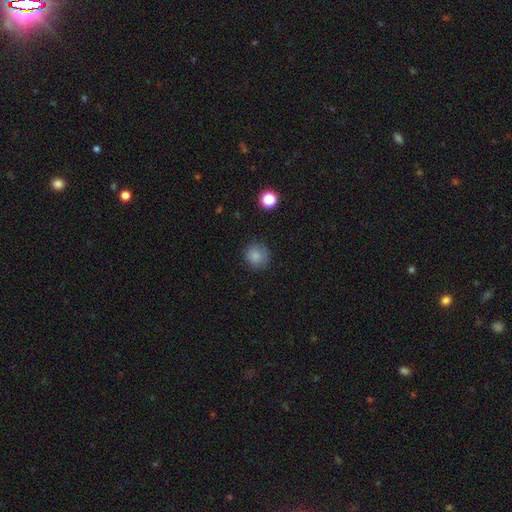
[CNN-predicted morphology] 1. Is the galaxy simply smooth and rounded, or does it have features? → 84% smooth, 10% star or artifact, 6% featured or disk.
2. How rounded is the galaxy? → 89% round, 10% in between, 1% cigar-shaped.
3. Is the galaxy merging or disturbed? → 79% none, 15% minor disturbance, 4% major disturbance, 1% merger.